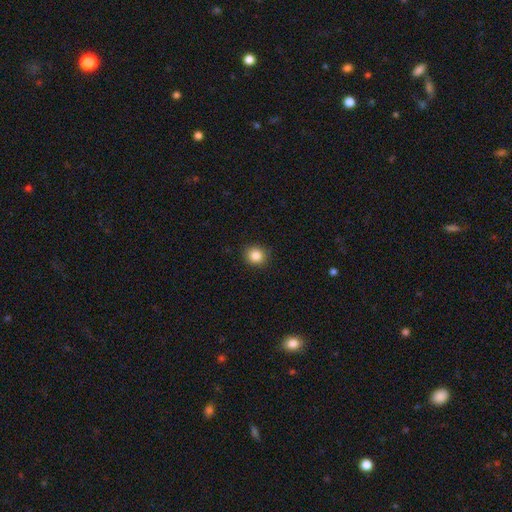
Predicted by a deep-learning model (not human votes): smooth-or-featured: smooth: 85% | star or artifact: 10% | featured or disk: 4%
  how-rounded: round: 86% | in between: 13% | cigar-shaped: 1%
  merging: none: 89% | minor disturbance: 8% | major disturbance: 2% | merger: 1%